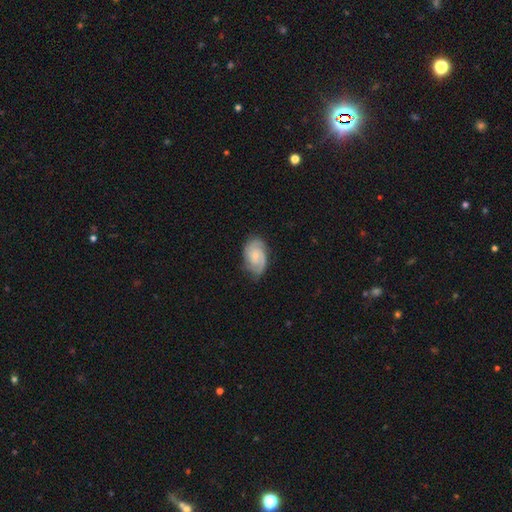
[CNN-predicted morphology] A featured or disk galaxy (78%) with no bar (62%), 2 (64%) tight (53%) spiral arms (96%) and a small central bulge (65%). Merging: none (74%).